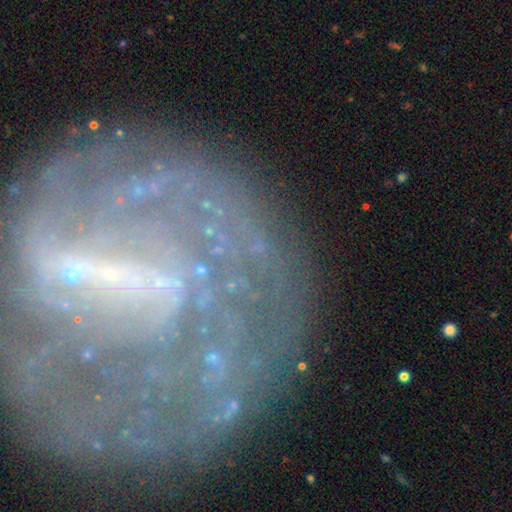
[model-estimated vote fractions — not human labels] Morphology: type=featured or disk (70%); edge-on=no (94%); bar=no (37%); spiral arms=yes (73%); bulge=small (48%); merging=none (66%).